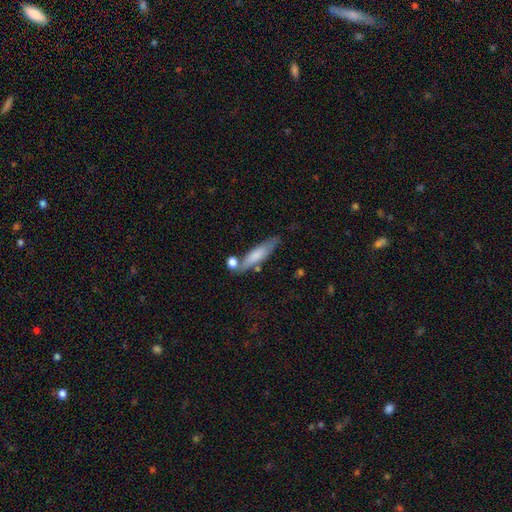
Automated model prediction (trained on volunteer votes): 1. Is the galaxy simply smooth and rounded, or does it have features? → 71% smooth, 23% featured or disk, 6% star or artifact.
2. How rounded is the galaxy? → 73% cigar-shaped, 25% in between, 2% round.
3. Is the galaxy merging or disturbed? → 62% none, 19% minor disturbance, 14% merger, 5% major disturbance.